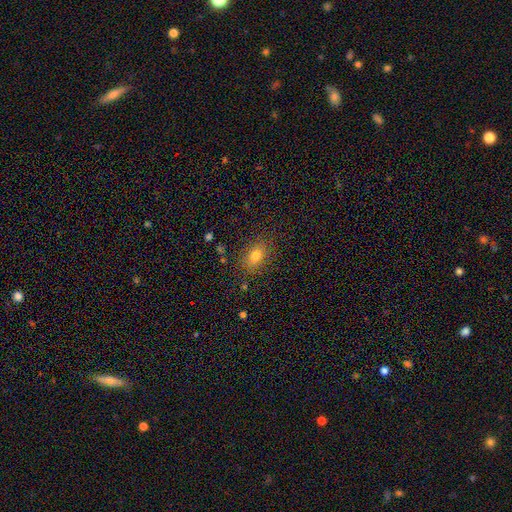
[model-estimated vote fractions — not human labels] This is likely a smooth galaxy (76%). How rounded: likely in between (75%). Merging: clearly none (83%).